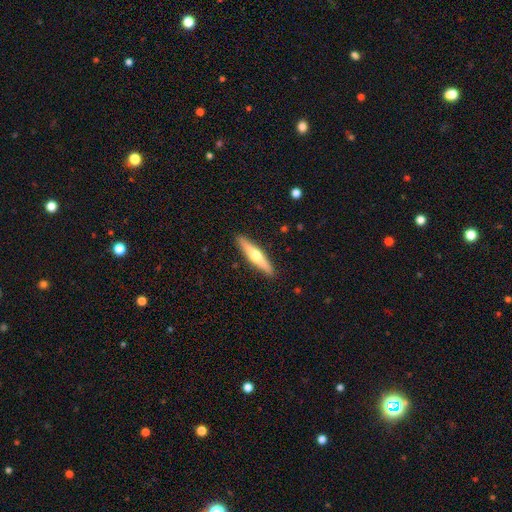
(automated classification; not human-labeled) Smooth or featured?
  - featured or disk: 53% *
  - smooth: 42%
  - star or artifact: 5%
Edge-on disk?
  - yes: 95% *
  - no: 5%
Merging?
  - none: 91% *
  - minor disturbance: 7%
  - major disturbance: 1%
  - merger: 1%